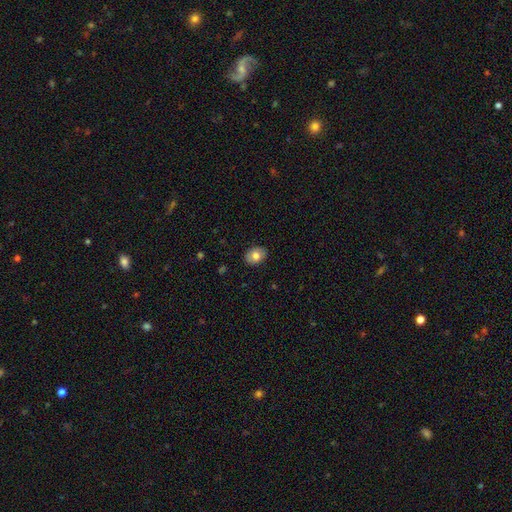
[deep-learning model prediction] This appears to be a smooth galaxy with no disk features (78%) that is in between round and cigar-shaped (67%). Merging: none (88%).